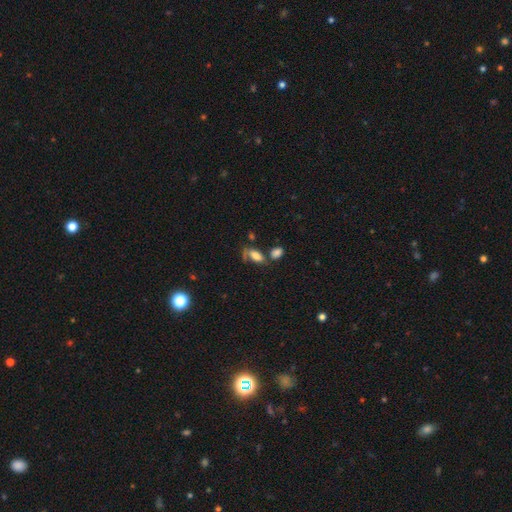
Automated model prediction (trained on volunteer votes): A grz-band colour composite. It shows a smooth galaxy with no disk features (73%) that is in between round and cigar-shaped (89%). Merging: none (39%).